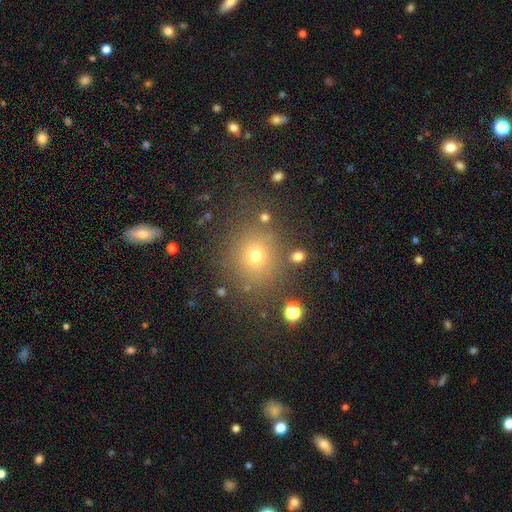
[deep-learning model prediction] Morphology: type=smooth (69%); roundness=round (78%); merging=none (81%).